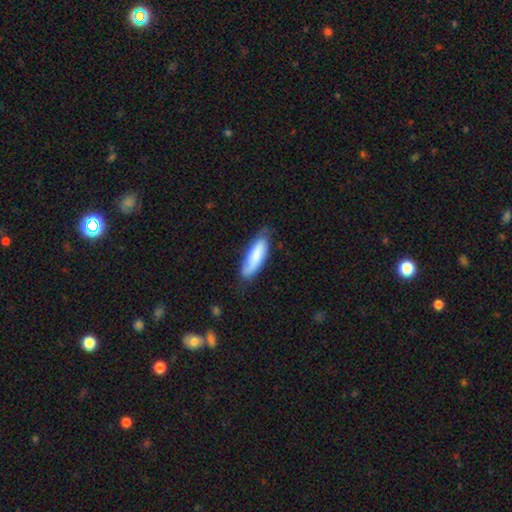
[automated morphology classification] A smooth galaxy with no disk features (74%) that is in between round and cigar-shaped (53%).

Vote fractions:
- Smooth or featured? smooth: 74% / featured or disk: 20% / star or artifact: 6%
- How rounded? in between: 53% / cigar-shaped: 45% / round: 2%
- Merging? none: 62% / minor disturbance: 29% / major disturbance: 7% / merger: 2%